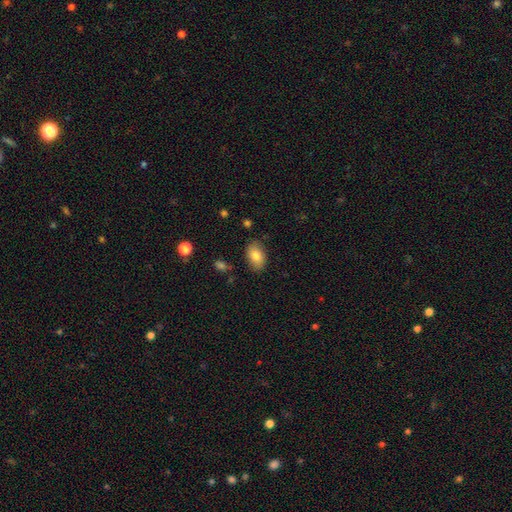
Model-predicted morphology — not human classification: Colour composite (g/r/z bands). It shows a smooth galaxy with no disk features (81%) that is in between round and cigar-shaped (90%). Merging: none (83%).